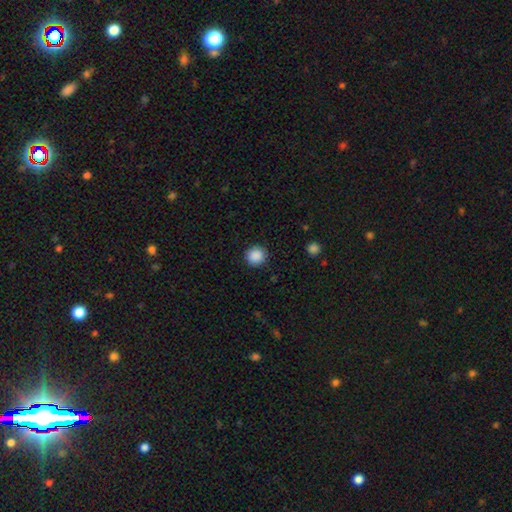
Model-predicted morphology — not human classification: Smooth or featured?
  - smooth: 88% *
  - star or artifact: 9%
  - featured or disk: 3%
How rounded?
  - round: 92% *
  - in between: 7%
  - cigar-shaped: 1%
Merging?
  - none: 90% *
  - minor disturbance: 7%
  - major disturbance: 2%
  - merger: 1%